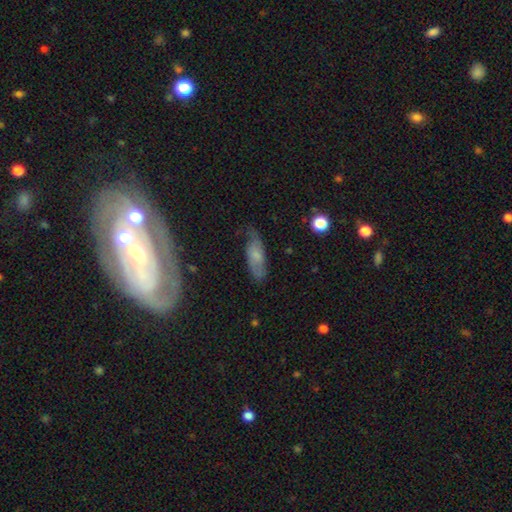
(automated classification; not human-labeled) Morphology: type=smooth (47%); merging=none (68%).